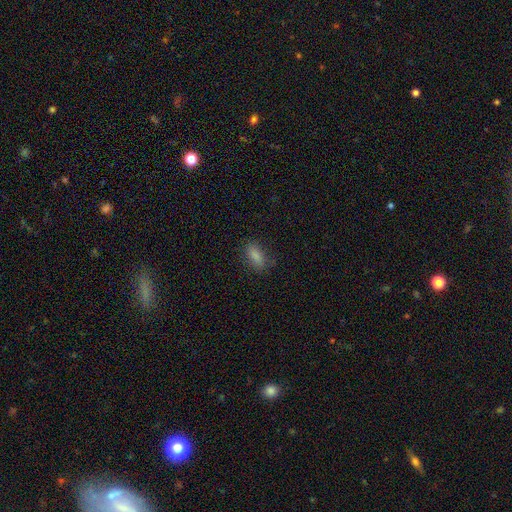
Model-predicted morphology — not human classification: Smooth or featured: smooth — 85% (star or artifact — 9%)
How rounded: in between — 84% (cigar-shaped — 12%)
Merging: none — 79% (minor disturbance — 15%)